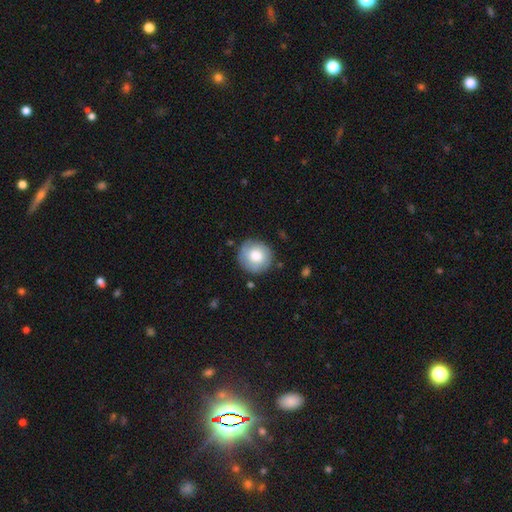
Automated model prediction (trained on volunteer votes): Overall: smooth (69%). How rounded: round (91%). Merging: none (81%).